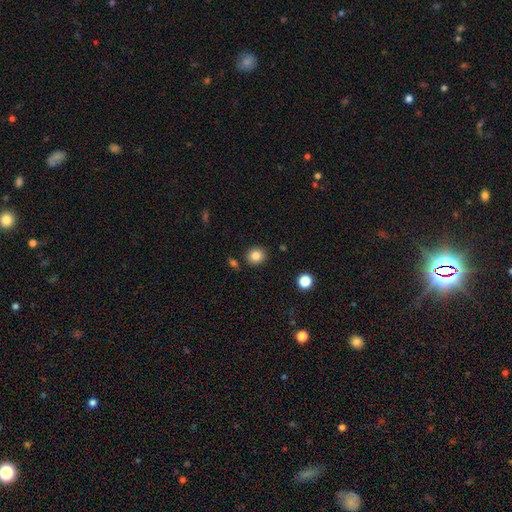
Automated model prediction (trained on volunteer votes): This is clearly a smooth galaxy (84%). How rounded: clearly round (81%). Merging: clearly none (87%).